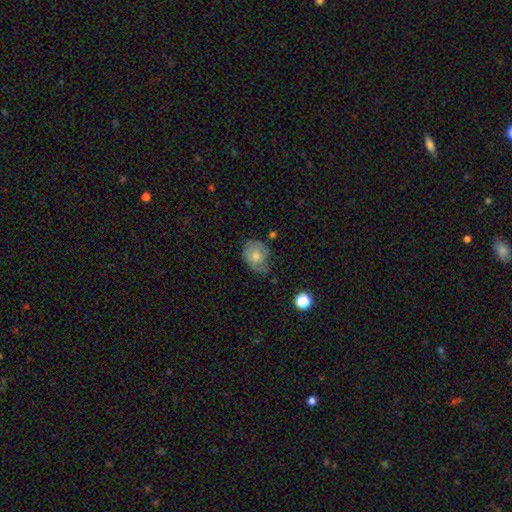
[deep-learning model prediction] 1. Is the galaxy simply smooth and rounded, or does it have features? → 58% smooth, 34% featured or disk, 8% star or artifact.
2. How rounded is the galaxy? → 56% in between, 43% round, 1% cigar-shaped.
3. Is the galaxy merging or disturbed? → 43% none, 37% minor disturbance, 17% major disturbance, 3% merger.